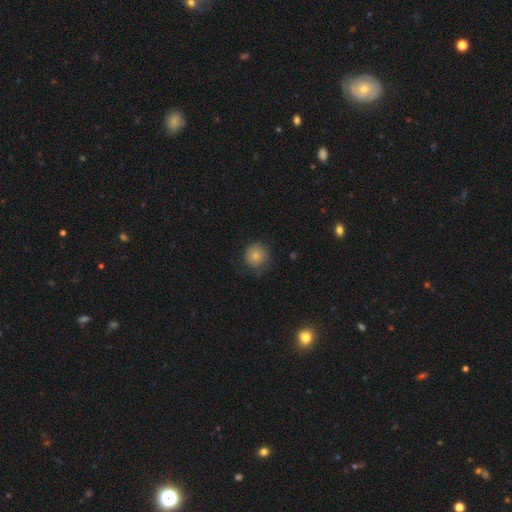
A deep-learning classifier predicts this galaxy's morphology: A smooth galaxy with no disk features (80%) that is round (91%). Merging: none (66%).